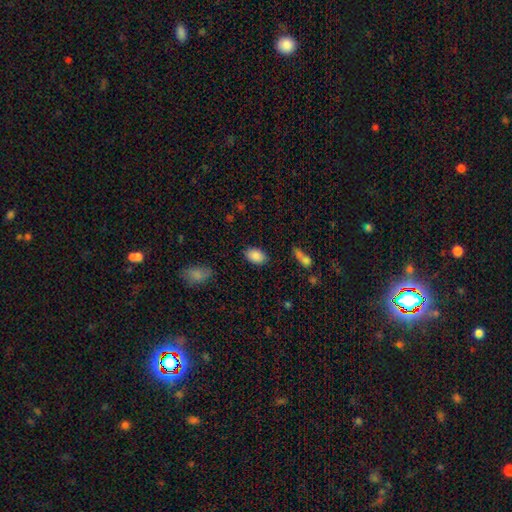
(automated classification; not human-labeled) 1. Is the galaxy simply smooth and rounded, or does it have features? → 88% smooth, 8% star or artifact, 5% featured or disk.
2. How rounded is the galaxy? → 88% in between, 11% round, 1% cigar-shaped.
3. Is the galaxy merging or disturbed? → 84% none, 11% minor disturbance, 3% major disturbance, 2% merger.